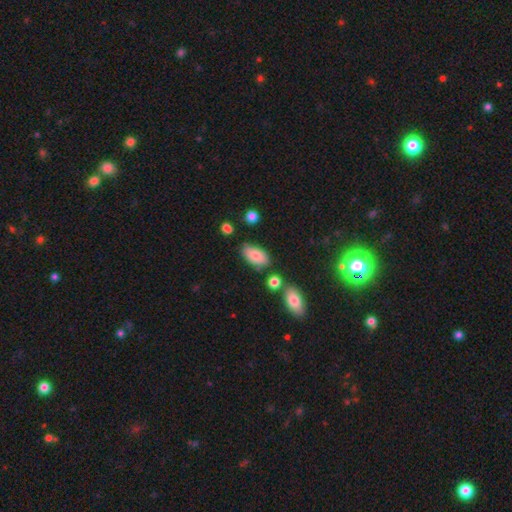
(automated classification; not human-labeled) Smooth or featured?
  - smooth: 82% *
  - featured or disk: 10%
  - star or artifact: 8%
How rounded?
  - in between: 93% *
  - round: 4%
  - cigar-shaped: 3%
Merging?
  - none: 70% *
  - minor disturbance: 19%
  - merger: 7%
  - major disturbance: 4%